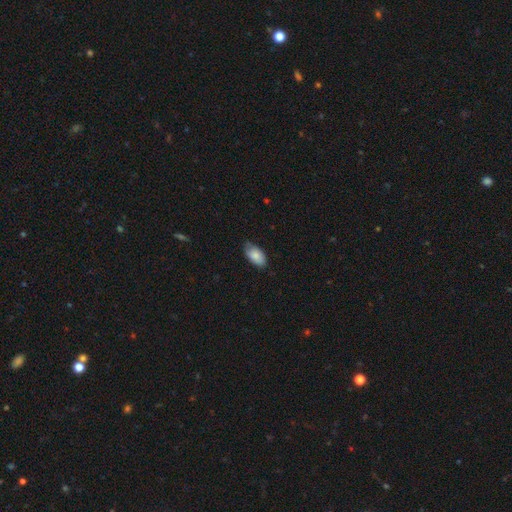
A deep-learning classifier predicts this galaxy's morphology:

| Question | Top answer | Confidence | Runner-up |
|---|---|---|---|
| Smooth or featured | smooth | 83% | featured or disk (11%) |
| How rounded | in between | 94% | round (3%) |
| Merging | none | 69% | minor disturbance (26%) |